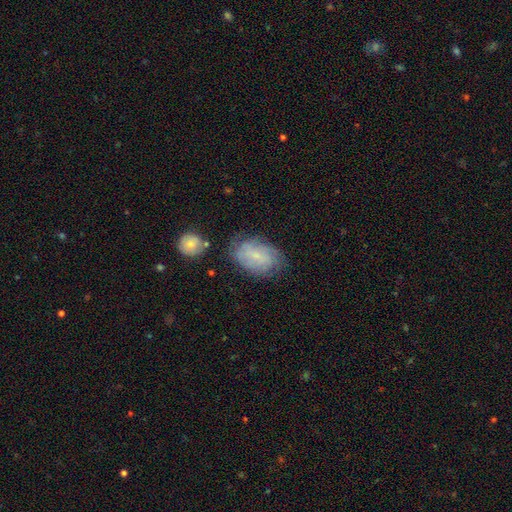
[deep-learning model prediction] Smooth or featured? smooth (48%)
Merging? none (66%)